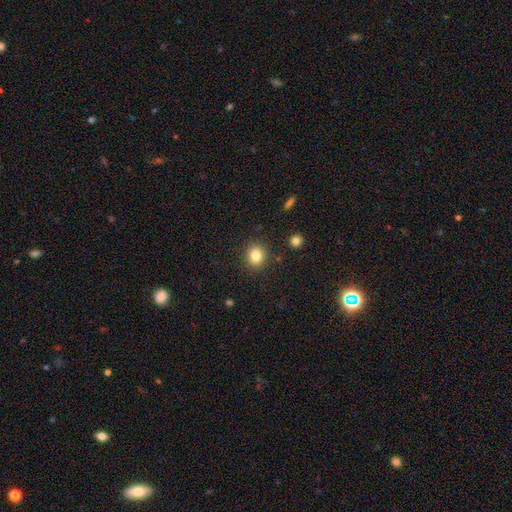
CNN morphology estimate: Q: Smooth or featured?
A: smooth (82%); runner-up: star or artifact (11%)
Q: How rounded?
A: round (79%); runner-up: in between (20%)
Q: Merging?
A: none (89%); runner-up: minor disturbance (7%)